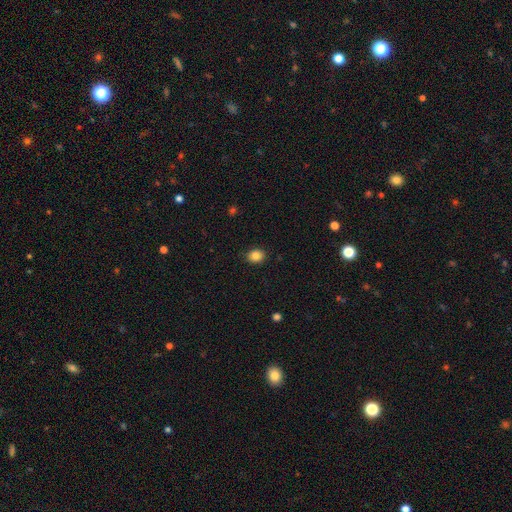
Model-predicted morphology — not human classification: A smooth galaxy with no disk features (86%) that is round (56%). Merging: none (88%).